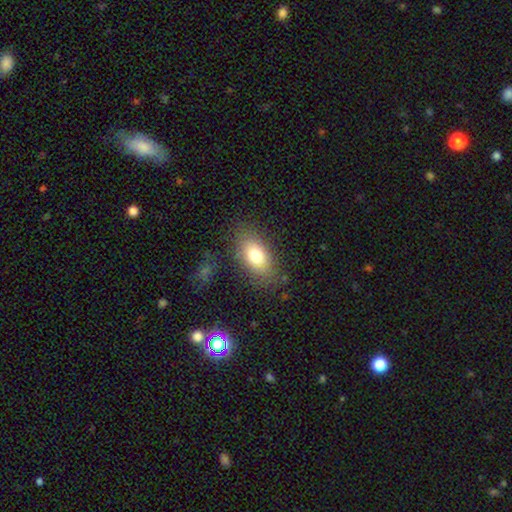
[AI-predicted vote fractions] smooth_or_featured: smooth (p=0.75) [alt: featured or disk p=0.16]
how_rounded: in between (p=0.87) [alt: round p=0.09]
merging: none (p=0.79) [alt: minor disturbance p=0.14]